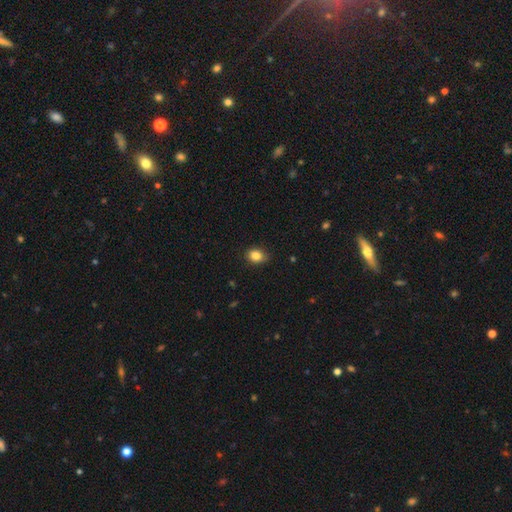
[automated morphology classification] smooth 85%, star or artifact 10%, featured or disk 6%. Down the decision tree: how rounded — in between (50%); merging — none (82%).